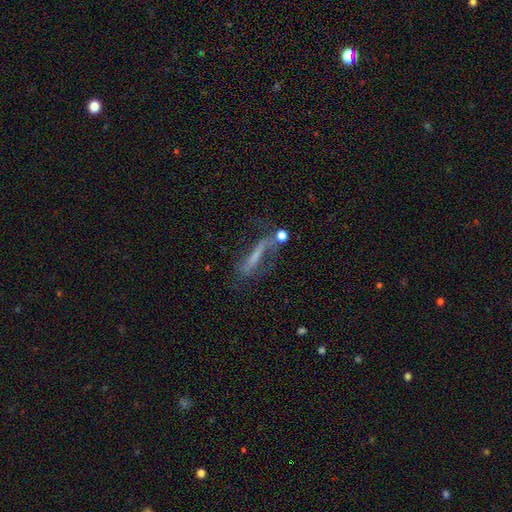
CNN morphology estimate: Smooth or featured: featured or disk — 52% (smooth — 33%)
Edge-on disk: no — 52% (yes — 48%)
Merging: none — 40% (major disturbance — 27%)